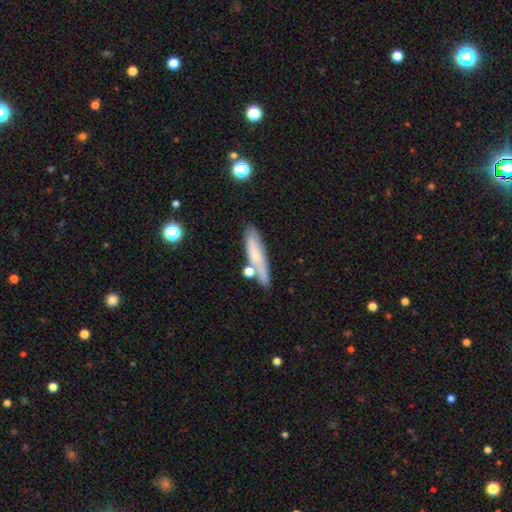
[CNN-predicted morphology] Smooth or featured?
  - smooth: 62% *
  - featured or disk: 30%
  - star or artifact: 8%
How rounded?
  - cigar-shaped: 76% *
  - in between: 22%
  - round: 2%
Merging?
  - none: 66% *
  - minor disturbance: 17%
  - merger: 12%
  - major disturbance: 4%